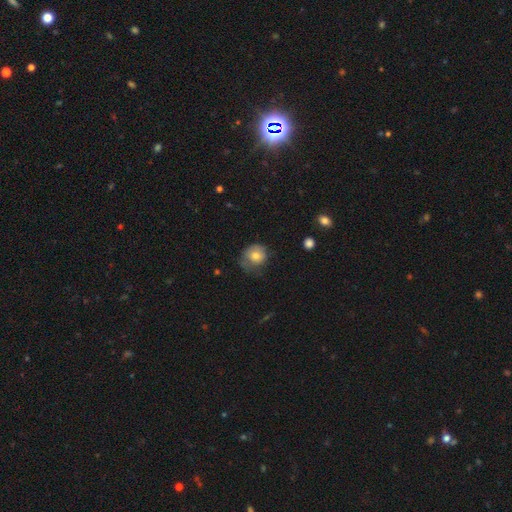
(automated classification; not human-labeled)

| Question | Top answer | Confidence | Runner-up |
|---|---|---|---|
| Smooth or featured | smooth | 72% | featured or disk (20%) |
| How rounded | round | 74% | in between (25%) |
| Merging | none | 42% | minor disturbance (35%) |